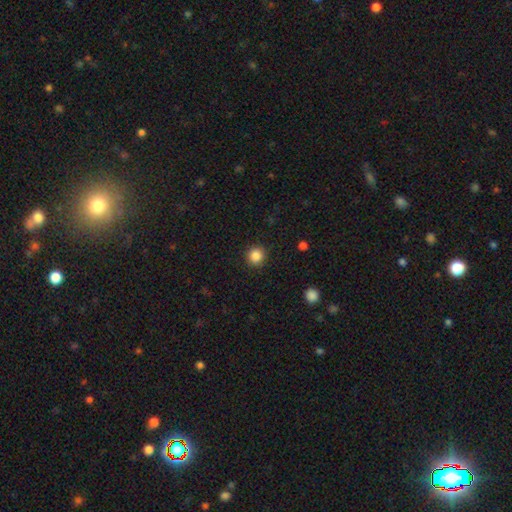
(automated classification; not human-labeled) Smooth or featured?
  - smooth: 86% *
  - star or artifact: 10%
  - featured or disk: 4%
How rounded?
  - round: 94% *
  - in between: 5%
  - cigar-shaped: 1%
Merging?
  - none: 91% *
  - minor disturbance: 6%
  - major disturbance: 2%
  - merger: 1%